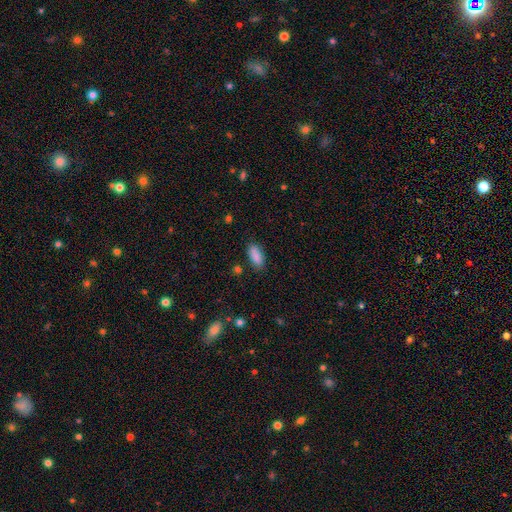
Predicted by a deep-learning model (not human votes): Overall: smooth (88%). How rounded: in between (82%). Merging: none (83%).